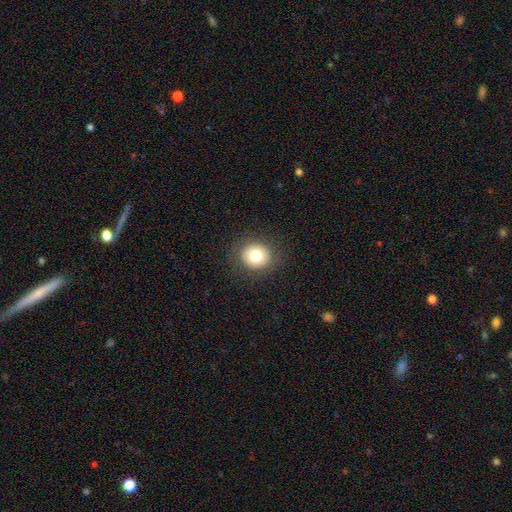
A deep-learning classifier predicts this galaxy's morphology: The model was most divided on "smooth or featured": smooth: 76%, featured or disk: 14%, star or artifact: 11%. More confident: merging — none (88%); how rounded — round (86%).